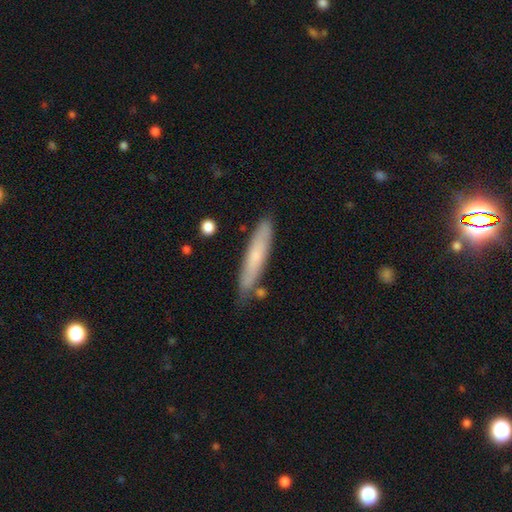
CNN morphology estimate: Q: Smooth or featured?
A: smooth (62%); runner-up: featured or disk (32%)
Q: How rounded?
A: cigar-shaped (88%); runner-up: in between (11%)
Q: Merging?
A: none (77%); runner-up: minor disturbance (16%)